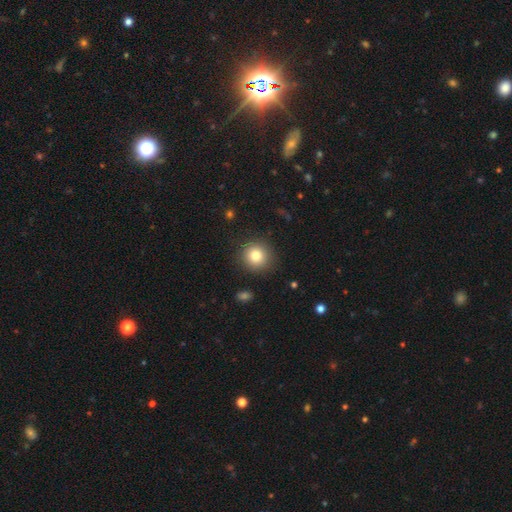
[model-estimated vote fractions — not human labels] Smooth or featured?
  - smooth: 80% *
  - star or artifact: 11%
  - featured or disk: 8%
How rounded?
  - round: 92% *
  - in between: 7%
  - cigar-shaped: 1%
Merging?
  - none: 89% *
  - minor disturbance: 7%
  - major disturbance: 3%
  - merger: 1%